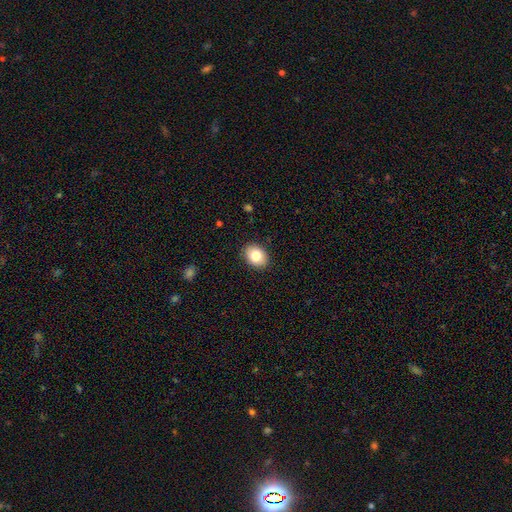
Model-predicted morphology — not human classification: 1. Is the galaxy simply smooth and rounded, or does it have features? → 81% smooth, 10% featured or disk, 8% star or artifact.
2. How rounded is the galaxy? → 65% in between, 35% round, 1% cigar-shaped.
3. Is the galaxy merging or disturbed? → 88% none, 8% minor disturbance, 2% major disturbance, 1% merger.